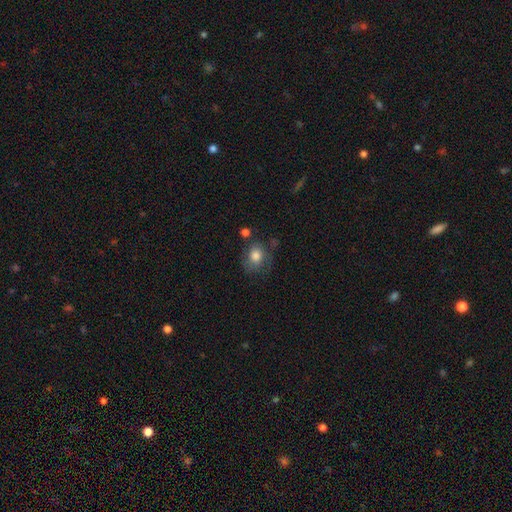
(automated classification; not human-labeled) A smooth galaxy with no disk features (69%) that is round (56%).

Vote fractions:
- Smooth or featured? smooth: 69% / featured or disk: 22% / star or artifact: 9%
- How rounded? round: 56% / in between: 43% / cigar-shaped: 1%
- Merging? none: 55% / minor disturbance: 25% / major disturbance: 14% / merger: 6%